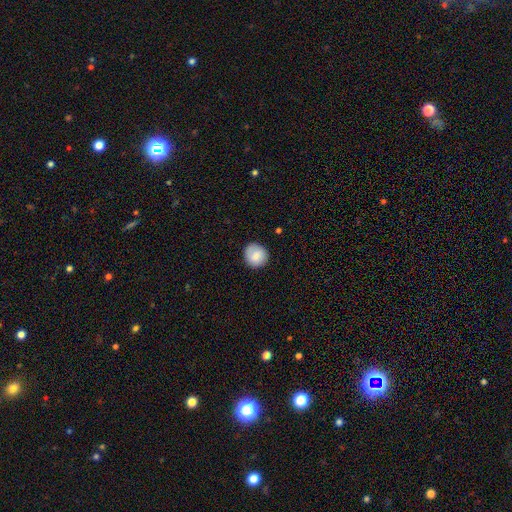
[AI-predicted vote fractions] Q: Smooth or featured?
A: smooth (82%); runner-up: featured or disk (11%)
Q: How rounded?
A: round (90%); runner-up: in between (9%)
Q: Merging?
A: none (84%); runner-up: minor disturbance (12%)